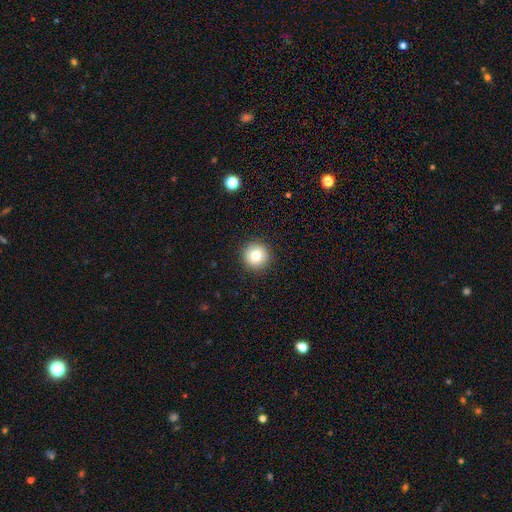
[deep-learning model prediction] smooth-or-featured: smooth: 79% | featured or disk: 11% | star or artifact: 10%
  how-rounded: round: 96% | in between: 3% | cigar-shaped: 1%
  merging: none: 92% | minor disturbance: 5% | major disturbance: 2% | merger: 1%